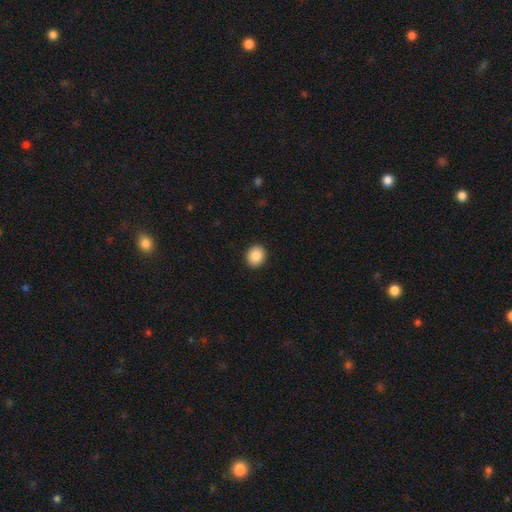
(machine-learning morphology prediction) Overall: smooth (88%). How rounded: round (67%; in between 32%). Merging: none (92%).